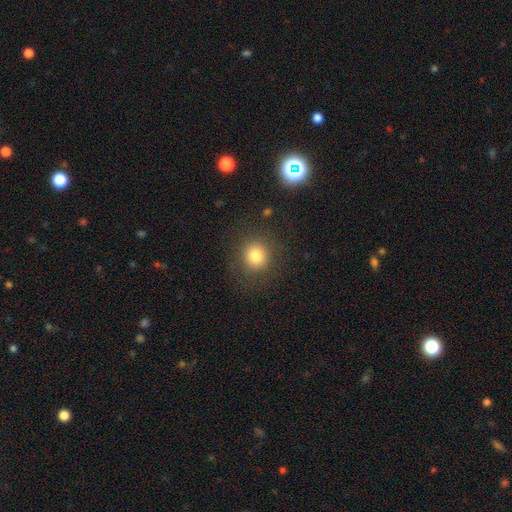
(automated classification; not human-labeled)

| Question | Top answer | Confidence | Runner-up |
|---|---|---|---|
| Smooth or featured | smooth | 80% | star or artifact (12%) |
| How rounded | round | 89% | in between (10%) |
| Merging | none | 85% | minor disturbance (9%) |